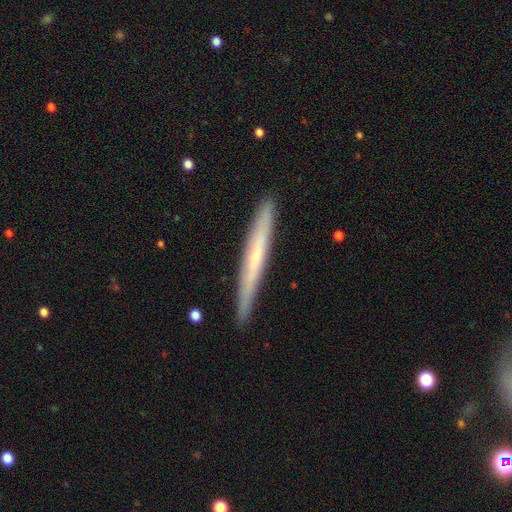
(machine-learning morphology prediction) Q: Smooth or featured?
A: featured or disk (49%); runner-up: smooth (46%)
Q: Merging?
A: none (90%); runner-up: minor disturbance (8%)